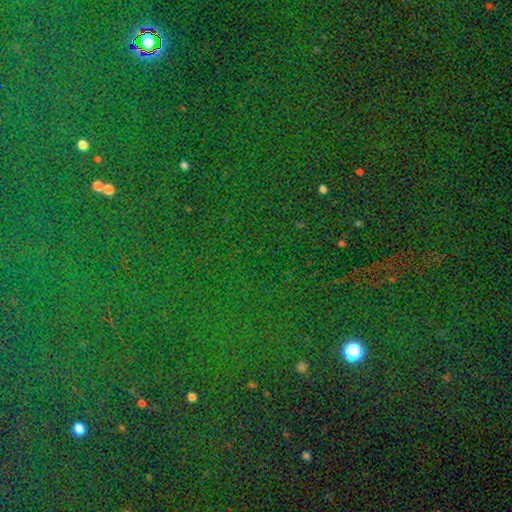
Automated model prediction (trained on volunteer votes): Smooth or featured? star or artifact (81%)